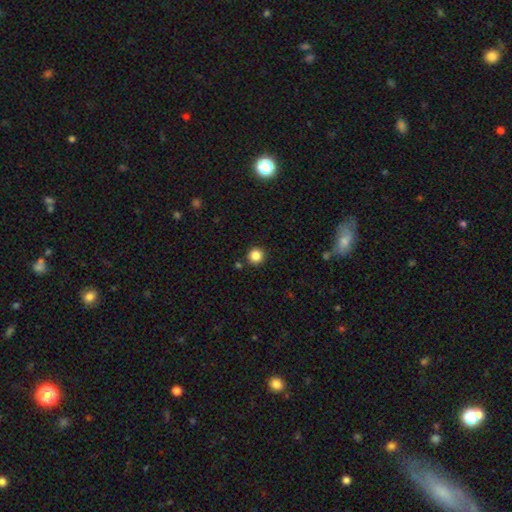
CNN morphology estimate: smooth 85%, star or artifact 12%, featured or disk 4%. Down the decision tree: how rounded — round (95%); merging — none (90%).